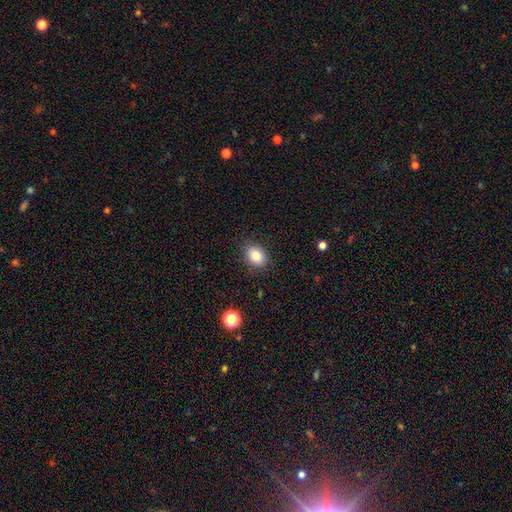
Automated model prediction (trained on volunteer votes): smooth-or-featured: smooth: 84% | star or artifact: 10% | featured or disk: 6%
  how-rounded: in between: 66% | round: 33% | cigar-shaped: 1%
  merging: none: 86% | minor disturbance: 10% | major disturbance: 3% | merger: 1%